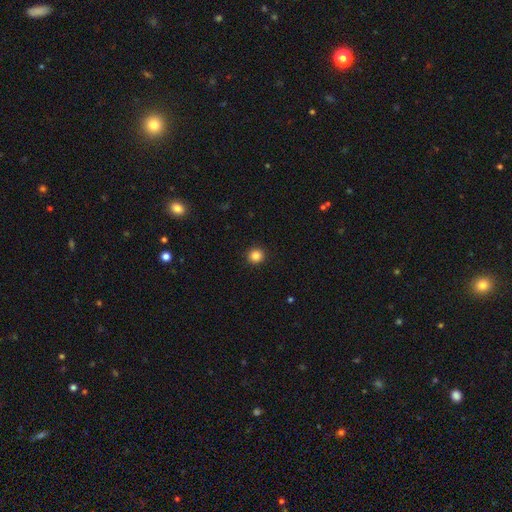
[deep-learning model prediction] Smooth or featured?
  - smooth: 85% *
  - star or artifact: 11%
  - featured or disk: 4%
How rounded?
  - round: 93% *
  - in between: 6%
  - cigar-shaped: 1%
Merging?
  - none: 93% *
  - minor disturbance: 5%
  - major disturbance: 2%
  - merger: 1%